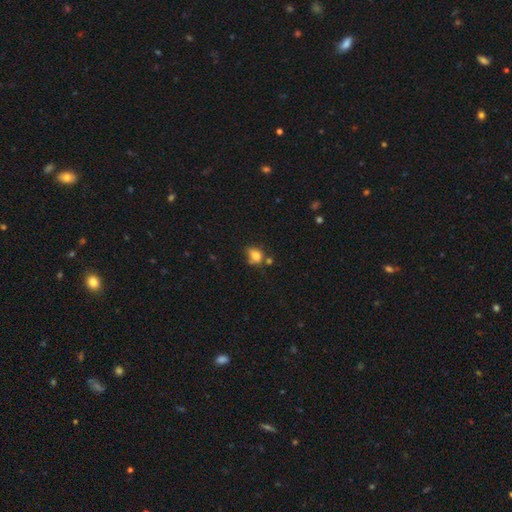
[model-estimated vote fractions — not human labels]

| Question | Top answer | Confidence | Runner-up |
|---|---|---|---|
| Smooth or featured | smooth | 77% | star or artifact (12%) |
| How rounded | in between | 56% | round (42%) |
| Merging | none | 48% | minor disturbance (24%) |